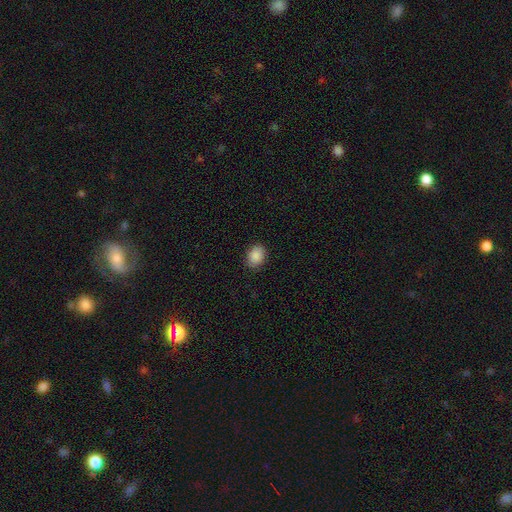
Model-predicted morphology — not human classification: A smooth galaxy with no disk features (89%) that is in between round and cigar-shaped (65%).

Vote fractions:
- Smooth or featured? smooth: 89% / star or artifact: 8% / featured or disk: 3%
- How rounded? in between: 65% / round: 34% / cigar-shaped: 1%
- Merging? none: 88% / minor disturbance: 9% / major disturbance: 2% / merger: 1%